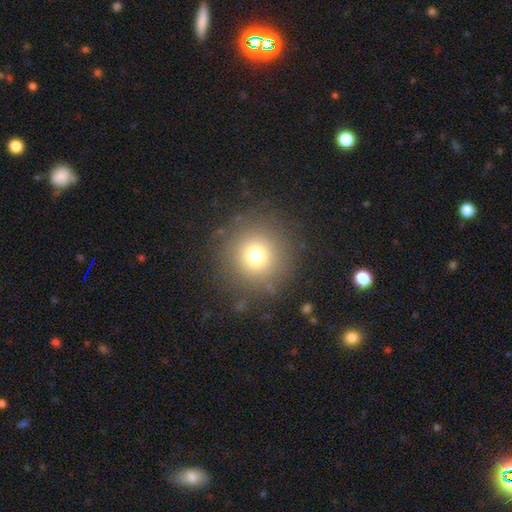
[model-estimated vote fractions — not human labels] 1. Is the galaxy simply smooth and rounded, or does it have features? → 72% smooth, 17% star or artifact, 11% featured or disk.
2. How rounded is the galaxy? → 95% round, 4% in between, 1% cigar-shaped.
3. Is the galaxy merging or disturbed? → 86% none, 8% minor disturbance, 5% major disturbance, 2% merger.